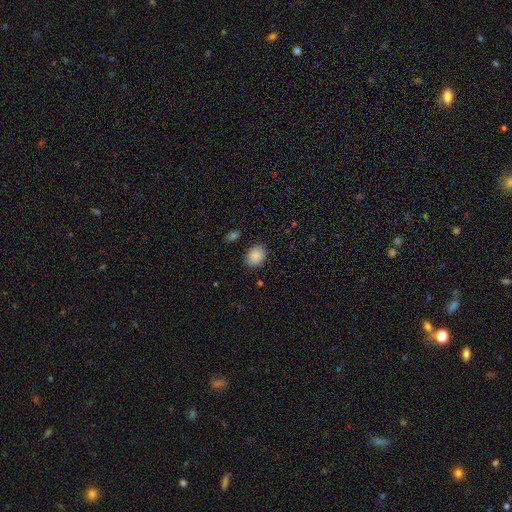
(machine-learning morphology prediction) smooth 88%, star or artifact 8%, featured or disk 4%. Down the decision tree: how rounded — in between (64%); merging — none (85%).